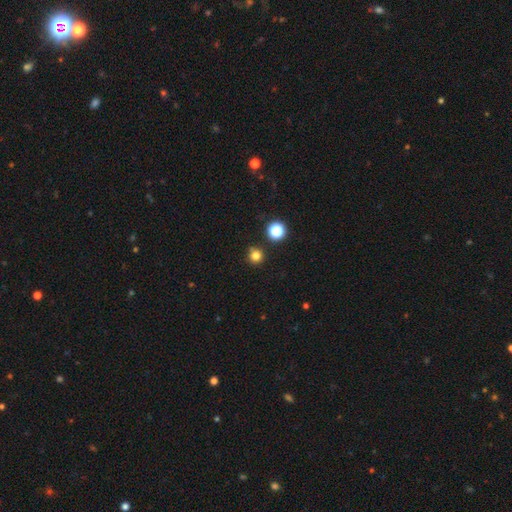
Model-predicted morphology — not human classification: smooth_or_featured: smooth (p=0.79) [alt: star or artifact p=0.16]
how_rounded: round (p=0.94) [alt: in between p=0.05]
merging: none (p=0.86) [alt: minor disturbance p=0.08]